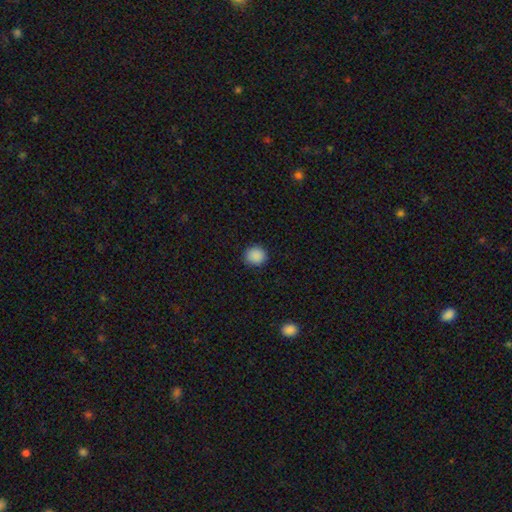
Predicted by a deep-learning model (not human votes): This appears to be a smooth galaxy with no disk features (89%) that is round (87%). Merging: none (90%).